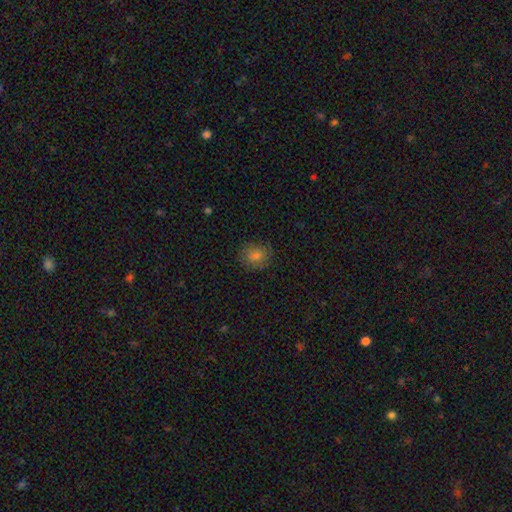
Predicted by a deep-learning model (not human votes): Q: Smooth or featured?
A: smooth (76%); runner-up: star or artifact (13%)
Q: How rounded?
A: round (74%); runner-up: in between (25%)
Q: Merging?
A: none (84%); runner-up: minor disturbance (12%)